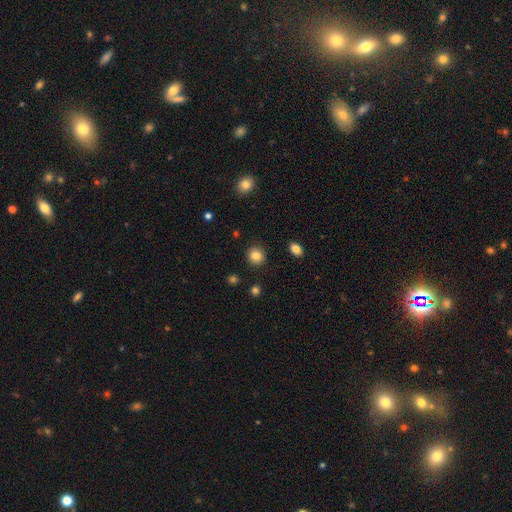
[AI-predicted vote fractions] smooth 85%, star or artifact 10%, featured or disk 5%. Down the decision tree: how rounded — round (87%); merging — none (91%).